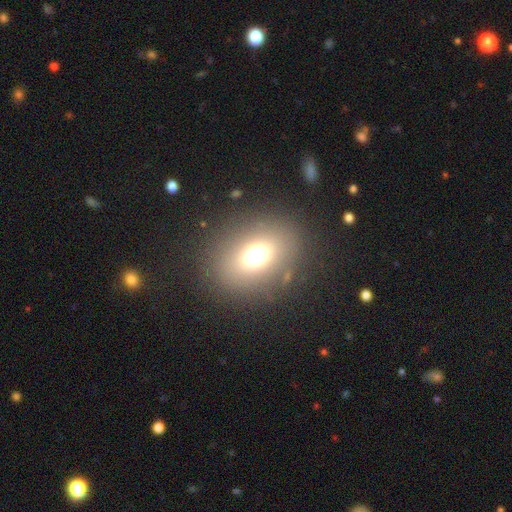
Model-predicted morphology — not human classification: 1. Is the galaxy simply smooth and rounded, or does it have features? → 68% smooth, 18% star or artifact, 13% featured or disk.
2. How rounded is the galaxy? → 54% in between, 44% round, 2% cigar-shaped.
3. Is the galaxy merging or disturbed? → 84% none, 8% minor disturbance, 6% major disturbance, 2% merger.